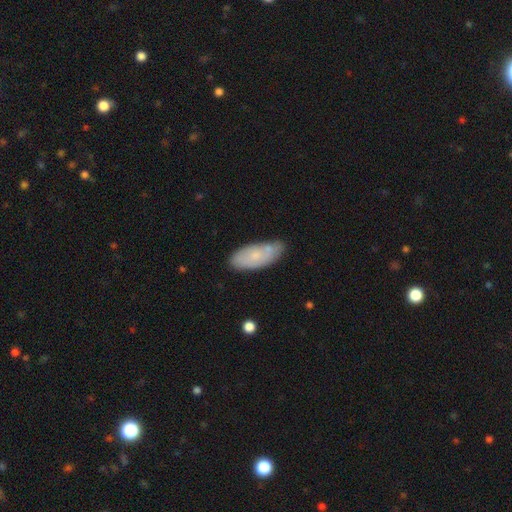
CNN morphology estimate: This is likely a smooth galaxy (63%). How rounded: clearly in between (85%). Merging: likely none (66%).